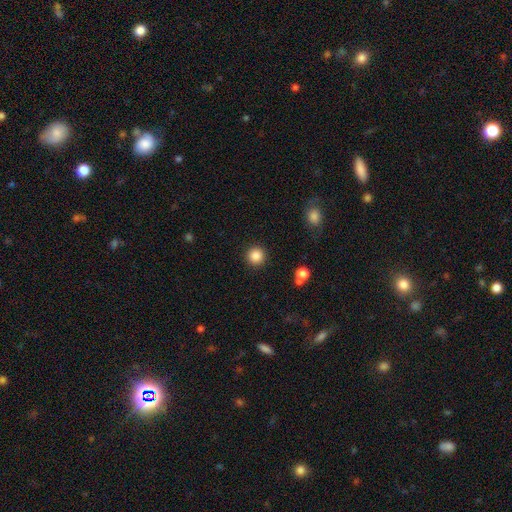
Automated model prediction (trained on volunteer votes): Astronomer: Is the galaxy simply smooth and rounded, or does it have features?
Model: smooth — 86%.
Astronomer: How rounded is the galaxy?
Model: round — 95%.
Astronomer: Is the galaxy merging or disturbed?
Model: none — 91%.